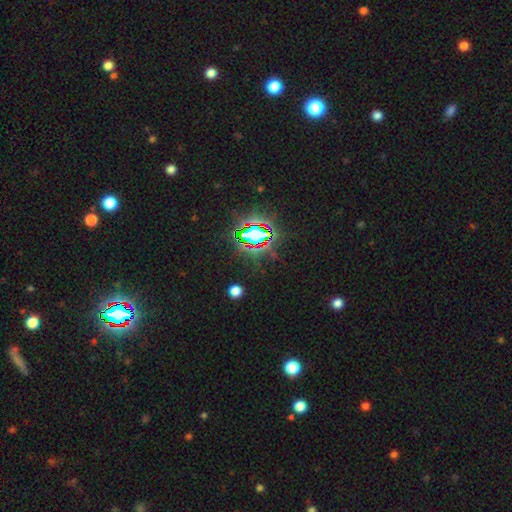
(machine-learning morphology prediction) smooth-or-featured: star or artifact: 81% | smooth: 11% | featured or disk: 8%